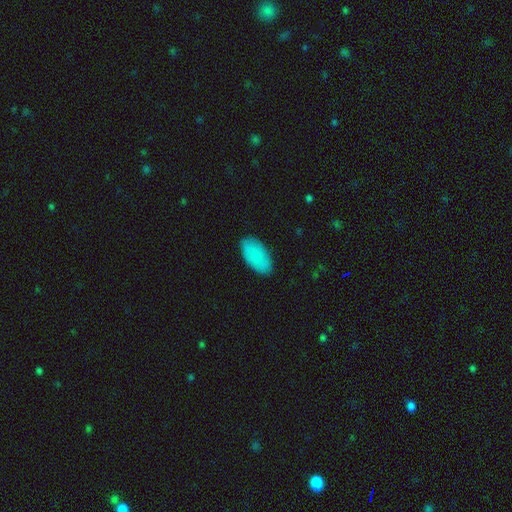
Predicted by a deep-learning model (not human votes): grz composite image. It shows a smooth galaxy with no disk features (83%) that is in between round and cigar-shaped (95%). Merging: none (85%).